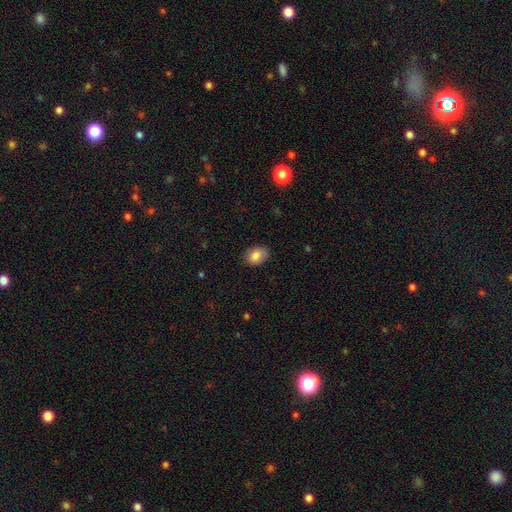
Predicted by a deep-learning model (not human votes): Q: Smooth or featured?
A: smooth (83%); runner-up: featured or disk (9%)
Q: How rounded?
A: in between (71%); runner-up: round (28%)
Q: Merging?
A: none (82%); runner-up: minor disturbance (14%)